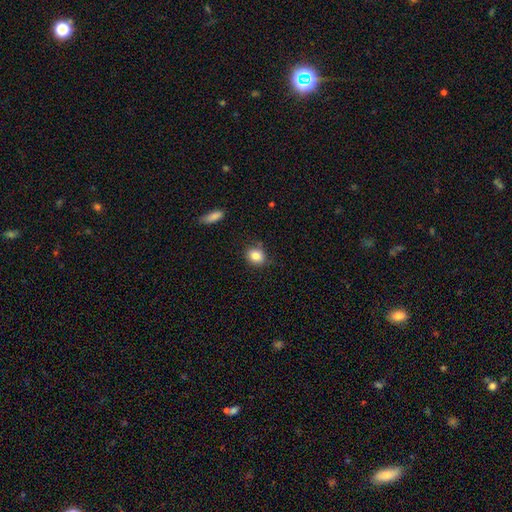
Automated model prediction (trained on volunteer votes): smooth_or_featured: smooth (p=0.84) [alt: star or artifact p=0.09]
how_rounded: round (p=0.59) [alt: in between p=0.40]
merging: none (p=0.80) [alt: minor disturbance p=0.14]